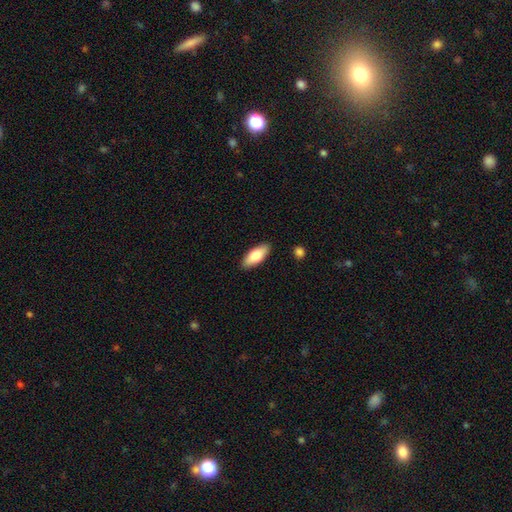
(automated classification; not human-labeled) This appears to be a smooth galaxy with no disk features (77%) that is in between round and cigar-shaped (80%). Merging: none (88%).